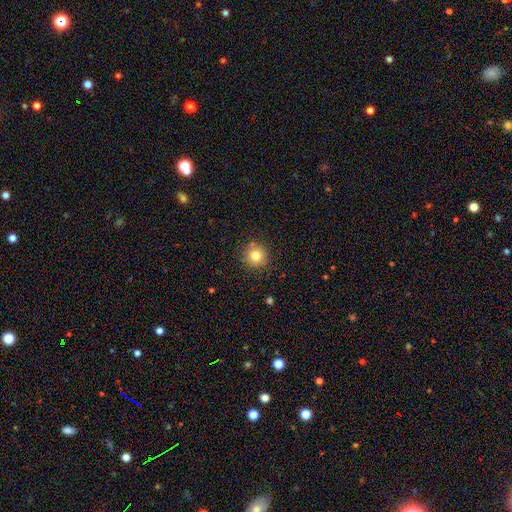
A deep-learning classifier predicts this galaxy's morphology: This is clearly a smooth galaxy (80%). How rounded: clearly round (94%). Merging: clearly none (87%).